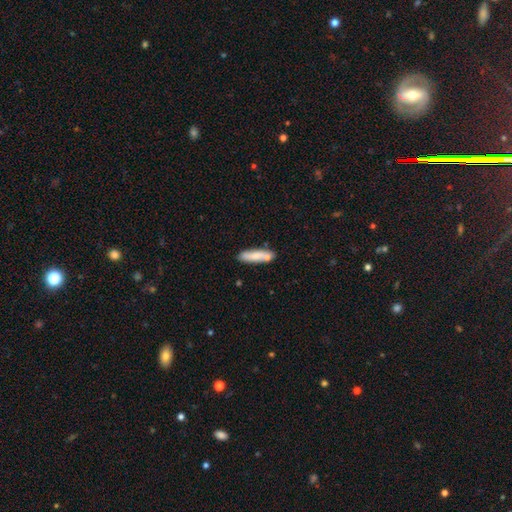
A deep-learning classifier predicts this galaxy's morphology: This is likely a smooth galaxy (73%). How rounded: likely cigar-shaped (73%). Merging: likely none (71%).